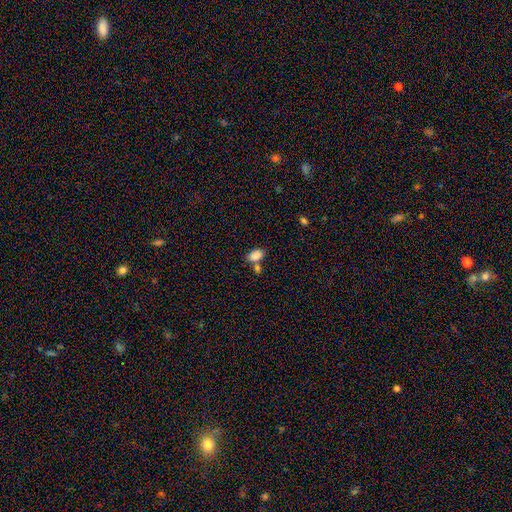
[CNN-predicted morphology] Smooth or featured? smooth (86%)
How rounded? in between (91%)
Merging? none (55%)